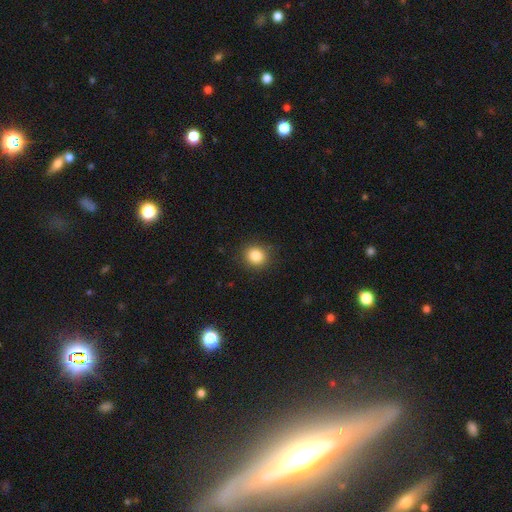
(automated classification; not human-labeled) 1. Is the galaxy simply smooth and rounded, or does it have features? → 84% smooth, 11% star or artifact, 5% featured or disk.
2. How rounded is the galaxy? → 84% round, 16% in between, 1% cigar-shaped.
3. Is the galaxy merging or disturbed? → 89% none, 8% minor disturbance, 2% major disturbance, 1% merger.